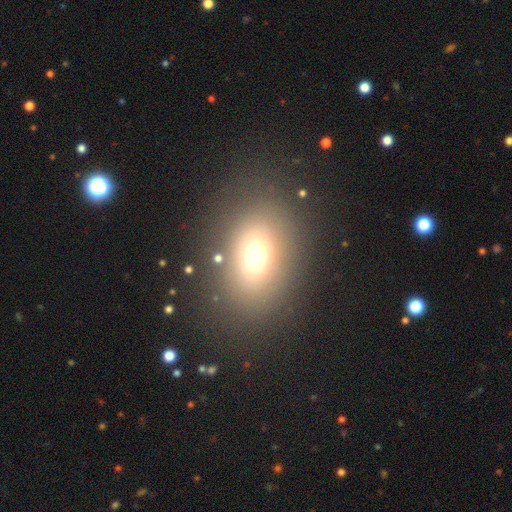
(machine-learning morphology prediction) A smooth galaxy with no disk features (67%) that is in between round and cigar-shaped (67%). Merging: none (83%).